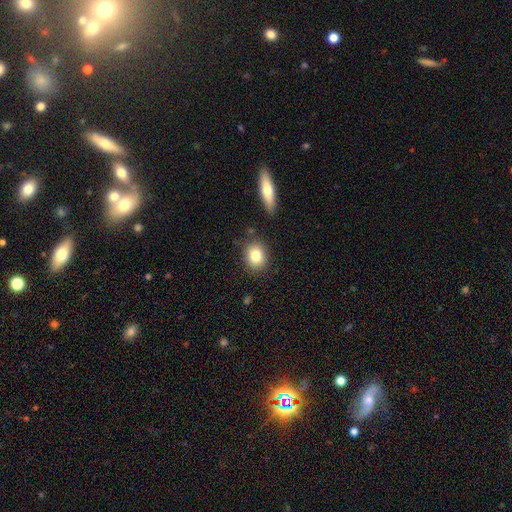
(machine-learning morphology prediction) type=smooth (81%); roundness=round (56%); merging=none (83%).